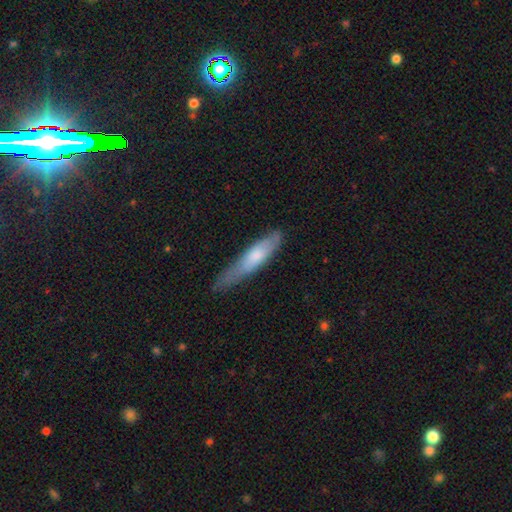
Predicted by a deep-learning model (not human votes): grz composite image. It shows a smooth galaxy with no disk features (62%) that is cigar-shaped (82%). Merging: none (61%).